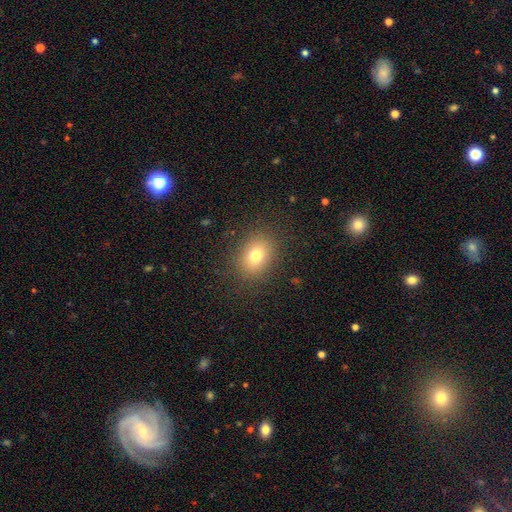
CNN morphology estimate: The model was most divided on "how rounded": in between: 56%, round: 43%, cigar-shaped: 1%. More confident: merging — none (87%); smooth or featured — smooth (76%).